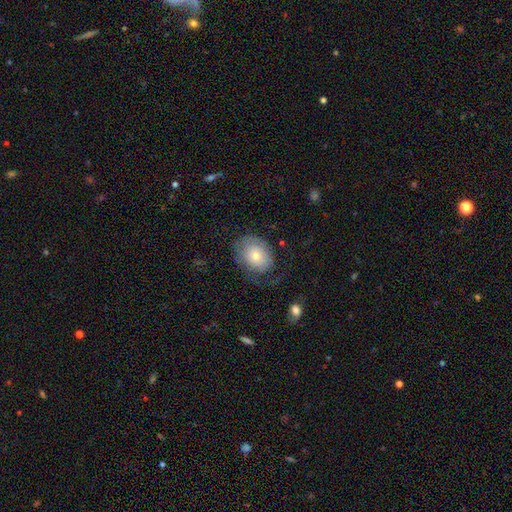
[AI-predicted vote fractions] Smooth or featured: smooth — 66% (featured or disk — 26%)
How rounded: in between — 63% (round — 36%)
Merging: none — 53% (minor disturbance — 24%)